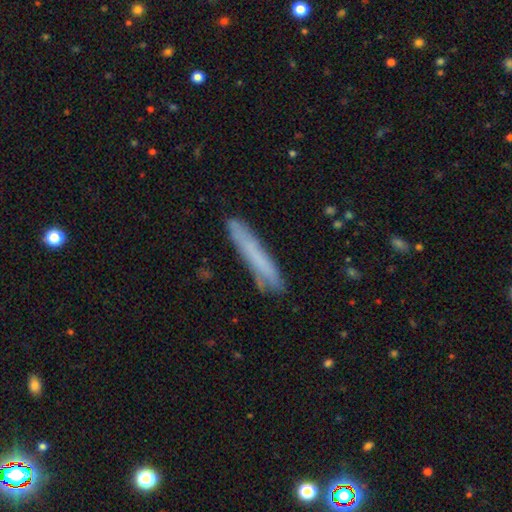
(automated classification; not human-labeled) smooth 64%, featured or disk 27%, star or artifact 9%. Down the decision tree: how rounded — cigar-shaped (94%); merging — none (84%).